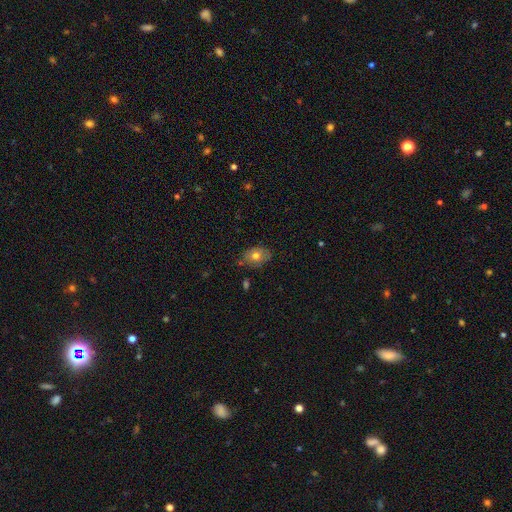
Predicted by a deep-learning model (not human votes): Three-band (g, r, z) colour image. It shows a smooth galaxy with no disk features (71%) that is in between round and cigar-shaped (74%). Merging: none (73%).